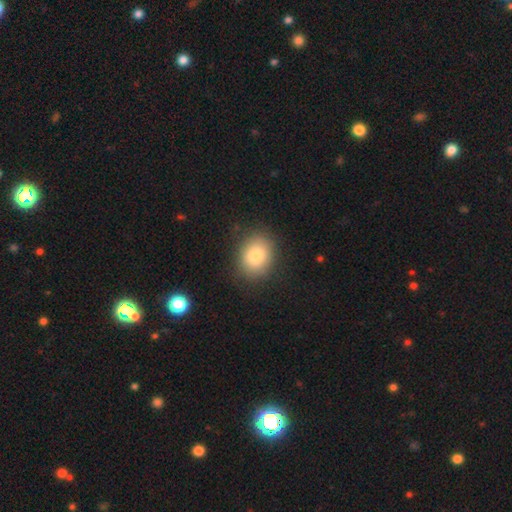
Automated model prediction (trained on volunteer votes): This is clearly a smooth galaxy (82%). How rounded: possibly round (50%). Merging: clearly none (85%).